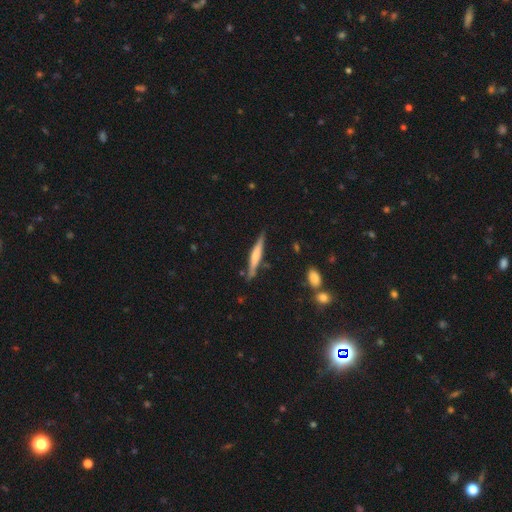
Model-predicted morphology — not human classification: This is possibly a featured or disk galaxy (51%). It is clearly viewed edge-on (96%). Merging: clearly none (84%).